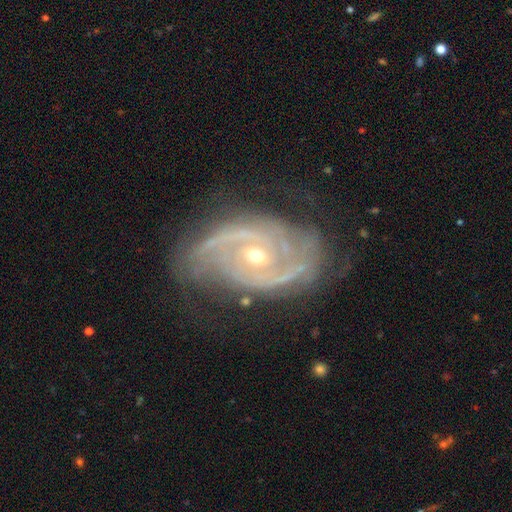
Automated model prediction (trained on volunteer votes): Smooth or featured? Predicted: featured or disk (p=0.90). Edge-on disk? Predicted: no (p=0.96). Bar? Predicted: no (p=0.59). Spiral arms? Predicted: yes (p=0.97). Spiral winding? Predicted: tight (p=0.47). Spiral arm count? Predicted: 2 (p=0.62). Bulge size? Predicted: small (p=0.52). Merging? Predicted: none (p=0.69).